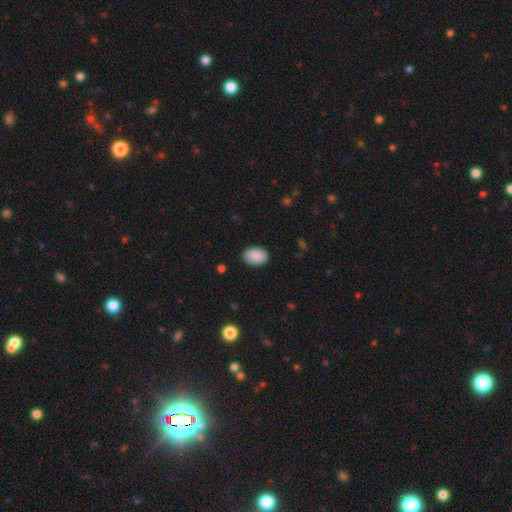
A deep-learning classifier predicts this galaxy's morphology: This appears to be a smooth galaxy with no disk features (89%) that is in between round and cigar-shaped (83%). Merging: none (85%).